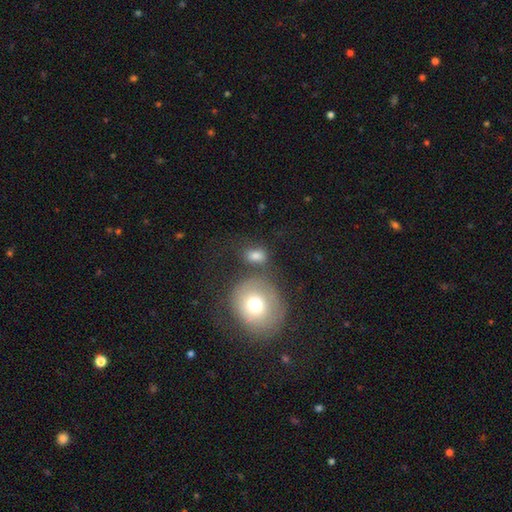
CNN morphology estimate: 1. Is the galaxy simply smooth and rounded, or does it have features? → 74% smooth, 14% featured or disk, 11% star or artifact.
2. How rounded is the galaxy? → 57% in between, 41% round, 2% cigar-shaped.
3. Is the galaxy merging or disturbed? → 47% none, 27% merger, 15% minor disturbance, 10% major disturbance.